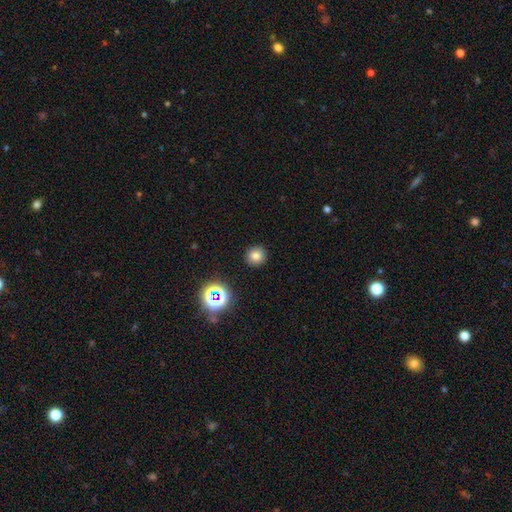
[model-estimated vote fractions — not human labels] Smooth or featured?
  - smooth: 77% *
  - star or artifact: 17%
  - featured or disk: 7%
How rounded?
  - round: 91% *
  - in between: 8%
  - cigar-shaped: 1%
Merging?
  - none: 91% *
  - minor disturbance: 6%
  - major disturbance: 2%
  - merger: 1%